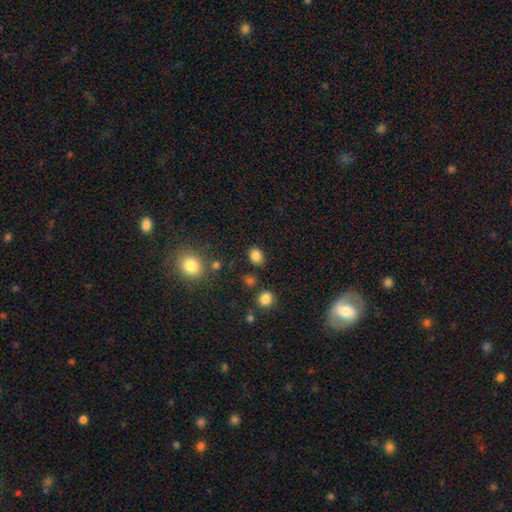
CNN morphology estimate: Q: Smooth or featured?
A: smooth (83%); runner-up: star or artifact (13%)
Q: How rounded?
A: round (52%); runner-up: in between (47%)
Q: Merging?
A: none (82%); runner-up: minor disturbance (11%)